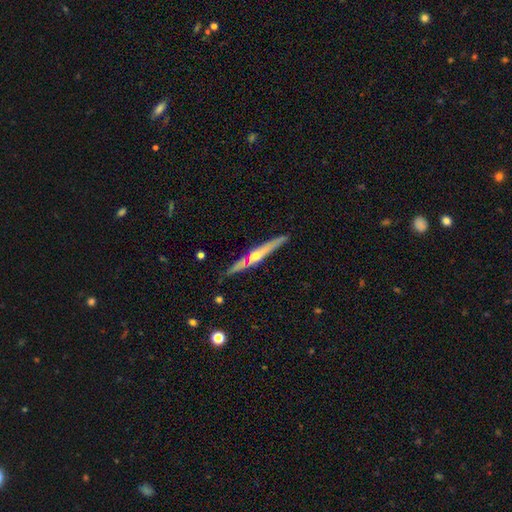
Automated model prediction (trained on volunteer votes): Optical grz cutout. It shows a featured or disk galaxy (68%) viewed edge-on (96%) with a rounded central bulge (78%). Merging: none (82%).